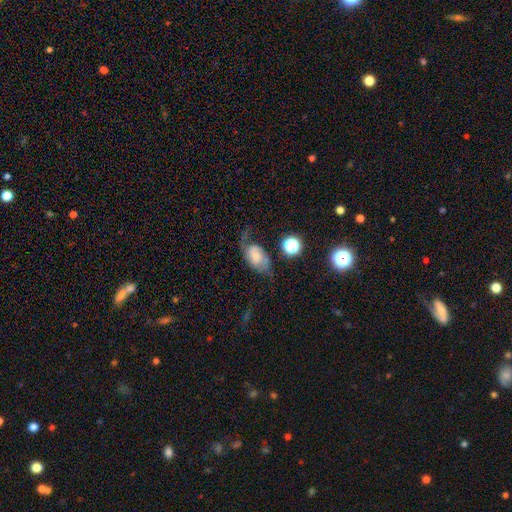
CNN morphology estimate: Q: Smooth or featured?
A: featured or disk (54%); runner-up: smooth (35%)
Q: Edge-on disk?
A: no (95%); runner-up: yes (5%)
Q: Bar?
A: no (63%); runner-up: weak (30%)
Q: Spiral arms?
A: yes (87%); runner-up: no (13%)
Q: Bulge size?
A: small (30%); runner-up: moderate (27%)
Q: Merging?
A: none (40%); runner-up: major disturbance (31%)